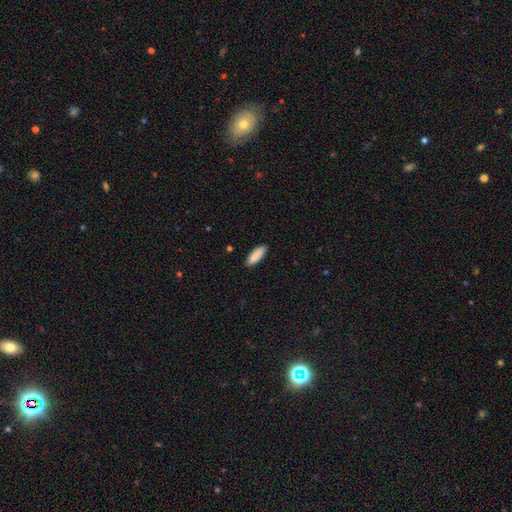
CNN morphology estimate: Smooth or featured? Predicted: smooth (p=0.90). How rounded? Predicted: in between (p=0.64). Merging? Predicted: none (p=0.88).